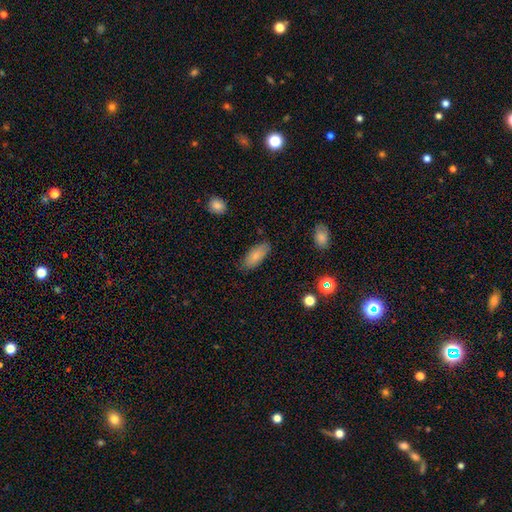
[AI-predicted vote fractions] Morphology: type=smooth (80%); roundness=in between (84%); merging=none (81%).